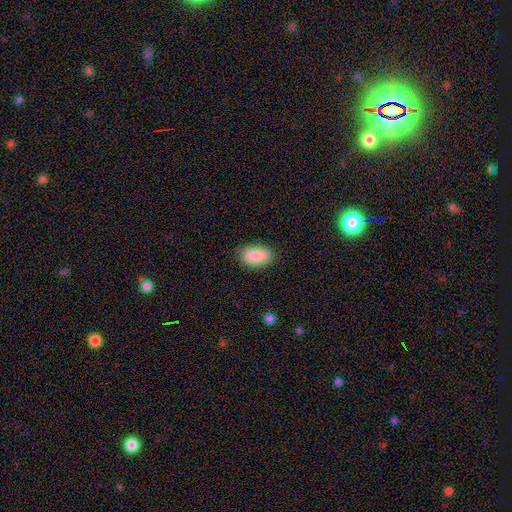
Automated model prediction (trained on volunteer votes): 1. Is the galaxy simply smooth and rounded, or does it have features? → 89% smooth, 7% star or artifact, 5% featured or disk.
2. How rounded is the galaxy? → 93% in between, 5% round, 2% cigar-shaped.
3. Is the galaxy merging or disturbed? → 83% none, 13% minor disturbance, 3% major disturbance, 1% merger.